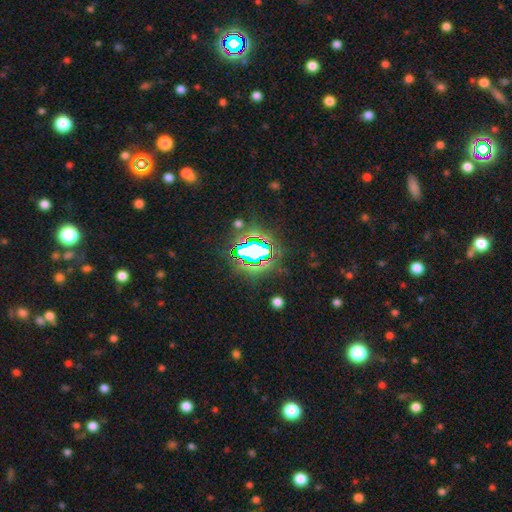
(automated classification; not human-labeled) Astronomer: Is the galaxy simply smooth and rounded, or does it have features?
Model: star or artifact — 68%.